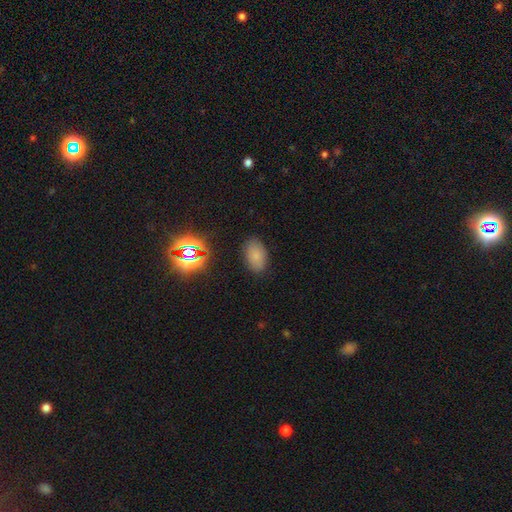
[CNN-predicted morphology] smooth 76%, star or artifact 16%, featured or disk 8%. Down the decision tree: how rounded — in between (91%); merging — none (84%).